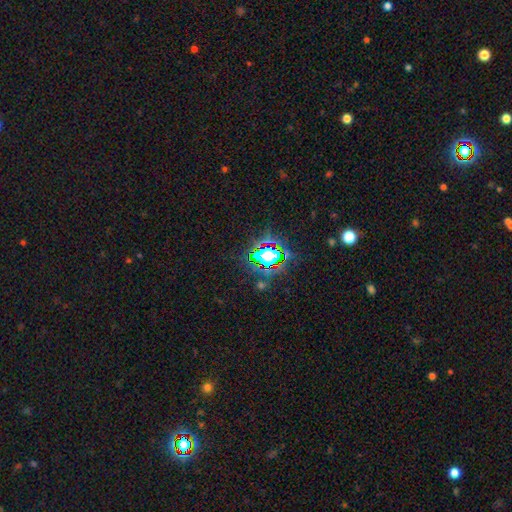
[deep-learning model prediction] A star or artifact, not a galaxy (75%).

Vote fractions:
- Smooth or featured? star or artifact: 75% / smooth: 16% / featured or disk: 9%